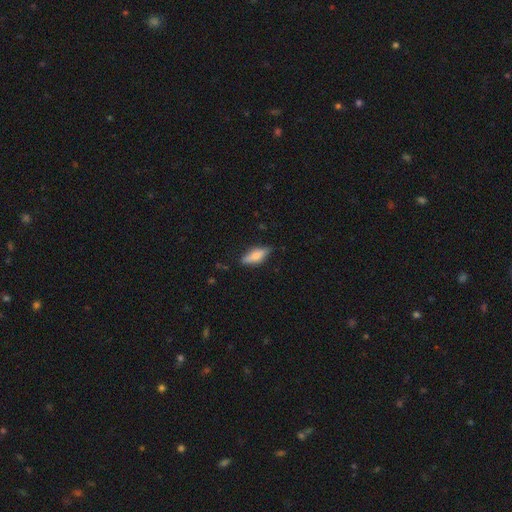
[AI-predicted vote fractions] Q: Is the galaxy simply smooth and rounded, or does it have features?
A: smooth — 68%.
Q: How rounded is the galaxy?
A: in between — 62%.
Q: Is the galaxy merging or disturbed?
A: none — 76%.